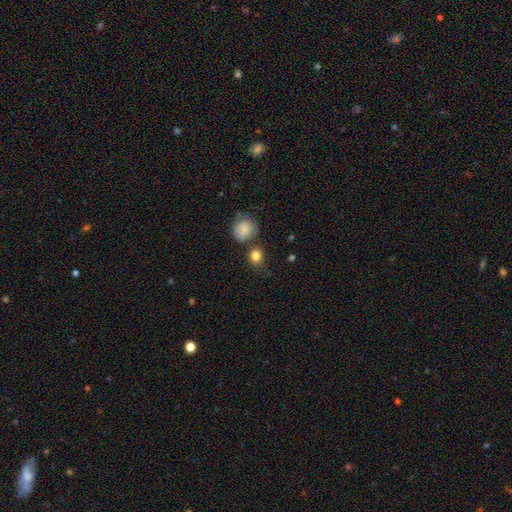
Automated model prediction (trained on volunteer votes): The model was most divided on "how rounded": round: 72%, in between: 26%, cigar-shaped: 1%. More confident: smooth or featured — smooth (85%); merging — none (71%).